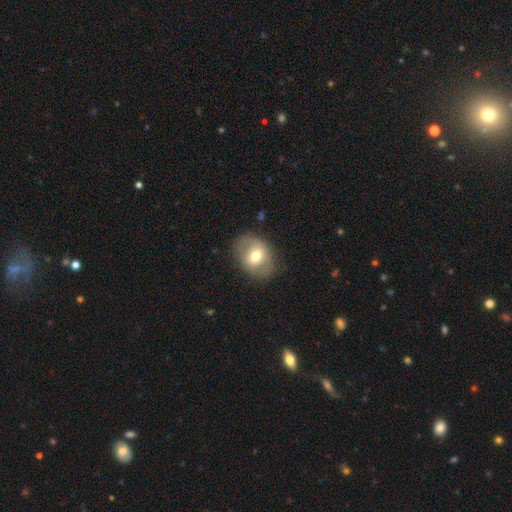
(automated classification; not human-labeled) Smooth or featured?
  - smooth: 56% *
  - featured or disk: 36%
  - star or artifact: 8%
How rounded?
  - in between: 58% *
  - round: 40%
  - cigar-shaped: 1%
Merging?
  - none: 76% *
  - minor disturbance: 16%
  - major disturbance: 7%
  - merger: 1%